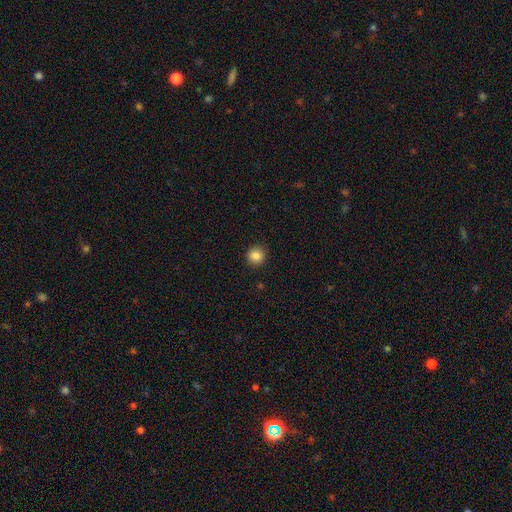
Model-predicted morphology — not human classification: Q: Smooth or featured?
A: smooth (86%); runner-up: star or artifact (10%)
Q: How rounded?
A: round (90%); runner-up: in between (9%)
Q: Merging?
A: none (90%); runner-up: minor disturbance (7%)